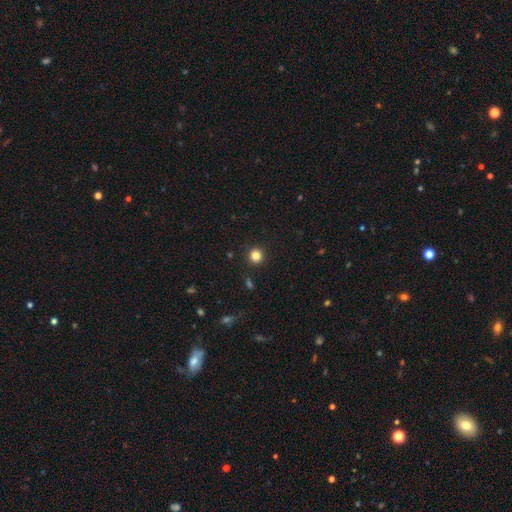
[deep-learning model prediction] This appears to be a smooth galaxy with no disk features (83%) that is round (95%). Merging: none (92%).